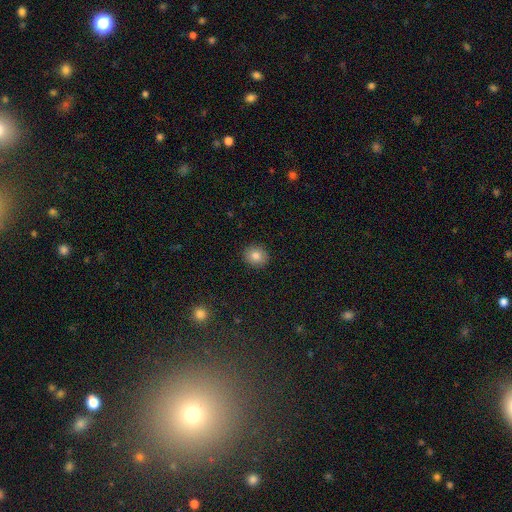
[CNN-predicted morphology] Smooth or featured? Predicted: smooth (p=0.83). How rounded? Predicted: round (p=0.74). Merging? Predicted: none (p=0.91).